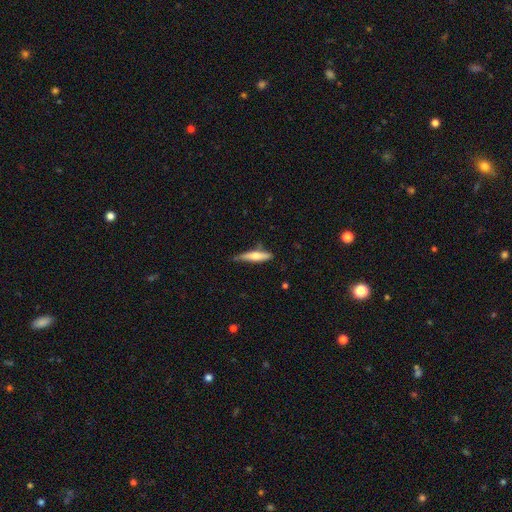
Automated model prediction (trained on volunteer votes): Smooth or featured? smooth (55%)
How rounded? cigar-shaped (83%)
Merging? none (70%)